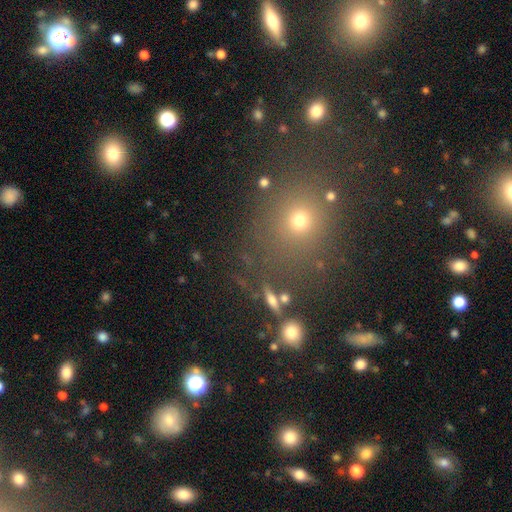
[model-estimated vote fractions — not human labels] Q: Smooth or featured?
A: smooth (52%); runner-up: star or artifact (38%)
Q: How rounded?
A: round (77%); runner-up: in between (22%)
Q: Merging?
A: none (80%); runner-up: minor disturbance (9%)